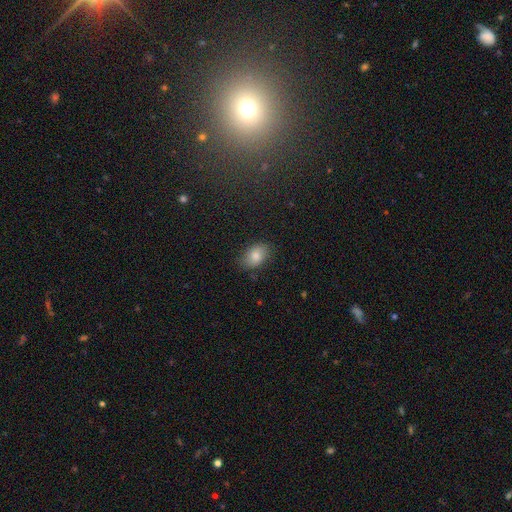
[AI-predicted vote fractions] smooth_or_featured: smooth (p=0.82) [alt: featured or disk p=0.09]
how_rounded: in between (p=0.87) [alt: round p=0.12]
merging: none (p=0.81) [alt: minor disturbance p=0.14]